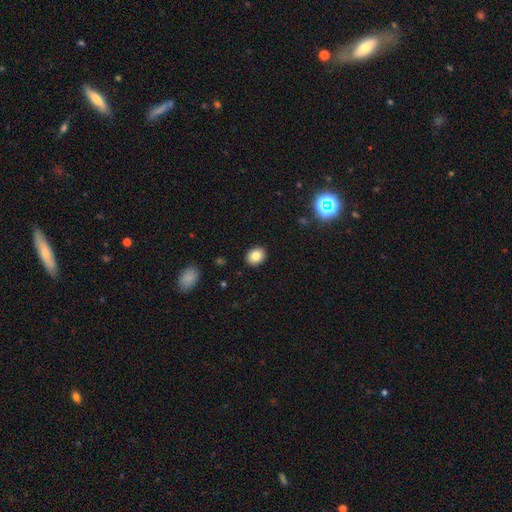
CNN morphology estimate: Q: Smooth or featured?
A: smooth (83%); runner-up: star or artifact (10%)
Q: How rounded?
A: in between (57%); runner-up: round (42%)
Q: Merging?
A: none (90%); runner-up: minor disturbance (7%)